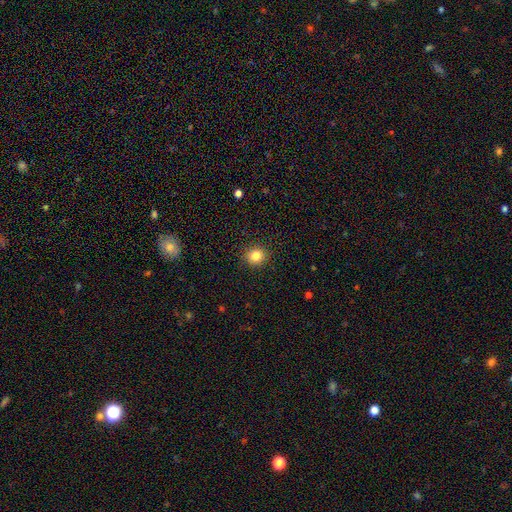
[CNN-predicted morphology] Overall: smooth (83%). How rounded: round (87%). Merging: none (91%).